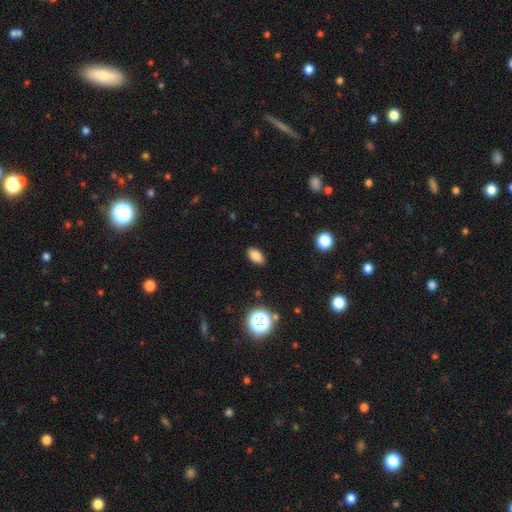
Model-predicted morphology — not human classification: This appears to be a smooth galaxy with no disk features (82%) that is in between round and cigar-shaped (90%). Merging: none (87%).